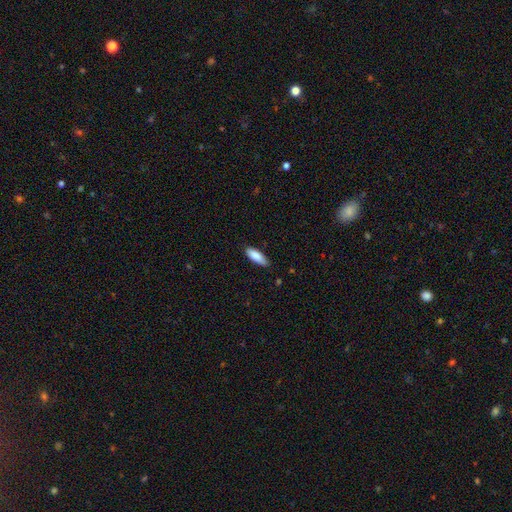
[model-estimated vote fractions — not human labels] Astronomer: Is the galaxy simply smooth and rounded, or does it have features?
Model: smooth — 86%.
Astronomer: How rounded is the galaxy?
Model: in between — 63%.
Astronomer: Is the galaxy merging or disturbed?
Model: none — 78%.